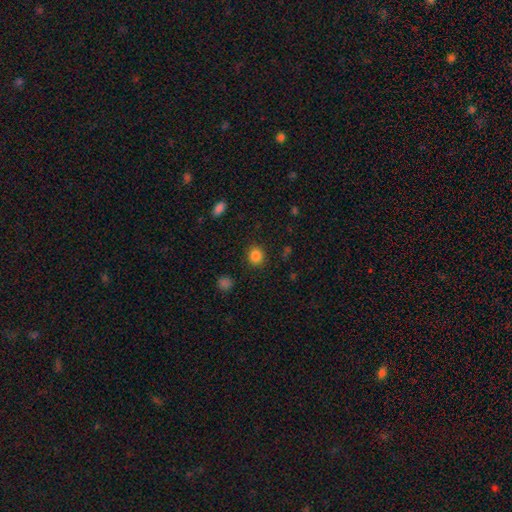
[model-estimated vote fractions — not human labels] This appears to be a smooth galaxy with no disk features (85%) that is round (81%). Merging: none (89%).